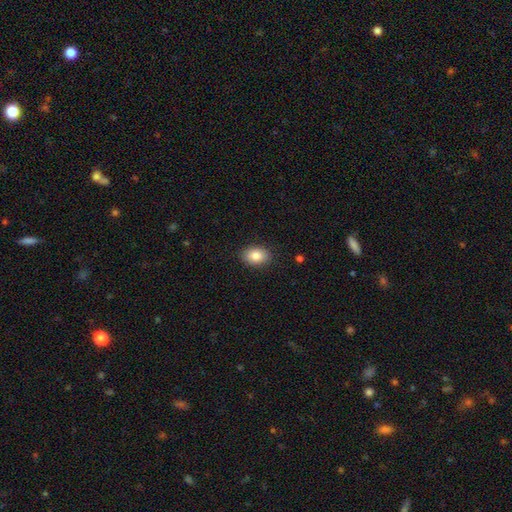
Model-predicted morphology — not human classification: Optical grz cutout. It shows a smooth galaxy with no disk features (85%) that is in between round and cigar-shaped (81%). Merging: none (88%).